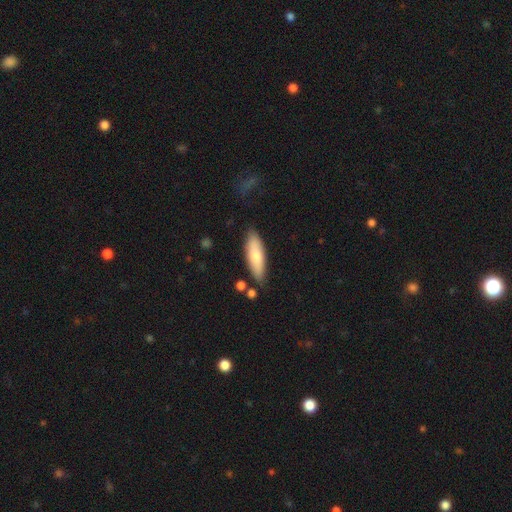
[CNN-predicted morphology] A smooth galaxy with no disk features (71%) that is in between round and cigar-shaped (51%). Merging: none (80%).